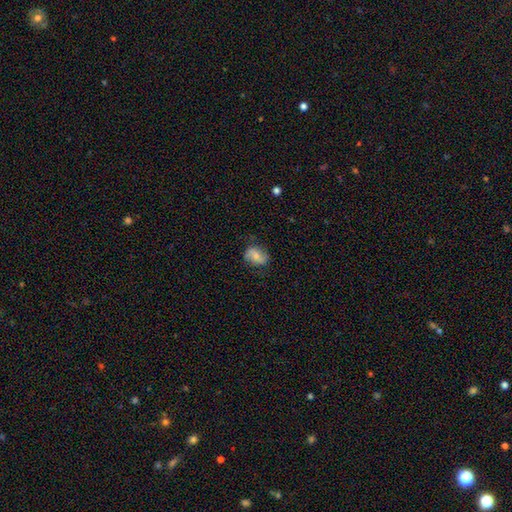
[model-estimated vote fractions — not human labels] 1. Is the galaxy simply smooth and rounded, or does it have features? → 49% smooth, 43% featured or disk, 8% star or artifact.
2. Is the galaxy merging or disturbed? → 73% none, 20% minor disturbance, 6% major disturbance, 1% merger.